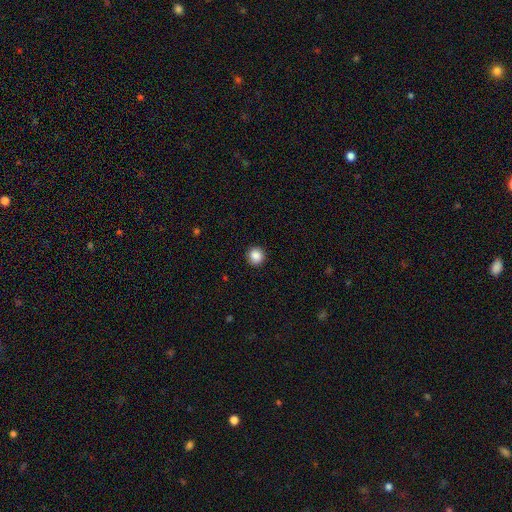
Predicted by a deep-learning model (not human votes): Smooth or featured?
  - smooth: 88% *
  - star or artifact: 9%
  - featured or disk: 3%
How rounded?
  - round: 92% *
  - in between: 7%
  - cigar-shaped: 1%
Merging?
  - none: 90% *
  - minor disturbance: 7%
  - major disturbance: 2%
  - merger: 1%